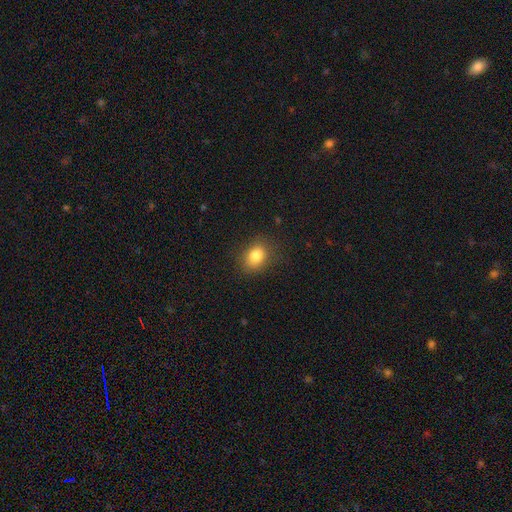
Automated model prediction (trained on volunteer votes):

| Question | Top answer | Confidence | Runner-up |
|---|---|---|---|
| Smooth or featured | smooth | 82% | star or artifact (10%) |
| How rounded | in between | 59% | round (40%) |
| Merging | none | 82% | minor disturbance (13%) |